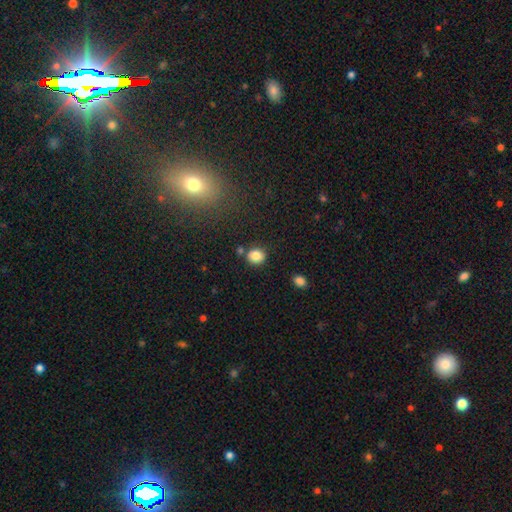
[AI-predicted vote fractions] This is clearly a smooth galaxy (84%). How rounded: likely round (79%). Merging: likely none (78%).